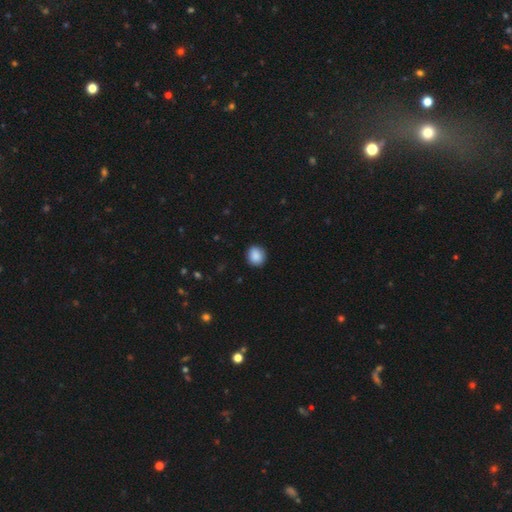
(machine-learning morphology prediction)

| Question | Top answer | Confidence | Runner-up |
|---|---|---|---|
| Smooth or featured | smooth | 89% | star or artifact (8%) |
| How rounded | round | 75% | in between (24%) |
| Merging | none | 90% | minor disturbance (7%) |